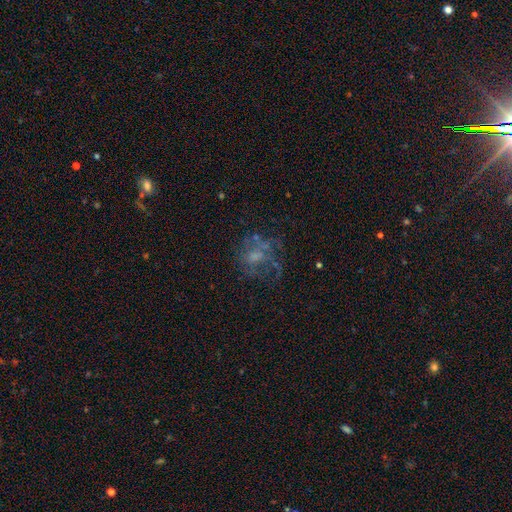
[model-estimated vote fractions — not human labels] Smooth or featured?
  - featured or disk: 53% *
  - smooth: 29%
  - star or artifact: 17%
Edge-on disk?
  - no: 98% *
  - yes: 2%
Bar?
  - no: 76% *
  - weak: 20%
  - strong: 3%
Spiral arms?
  - no: 67% *
  - yes: 33%
Bulge size?
  - none: 34% *
  - moderate: 32%
  - small: 28%
  - large: 5%
  - dominant: 1%
Merging?
  - none: 44% *
  - major disturbance: 35%
  - minor disturbance: 17%
  - merger: 4%